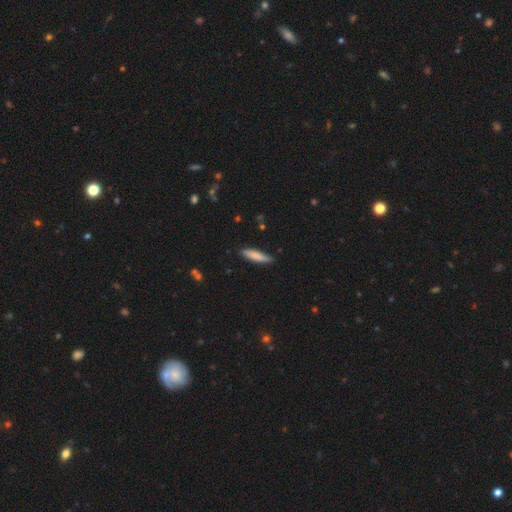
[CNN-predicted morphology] A smooth galaxy with no disk features (79%) that is cigar-shaped (81%). Merging: none (82%).